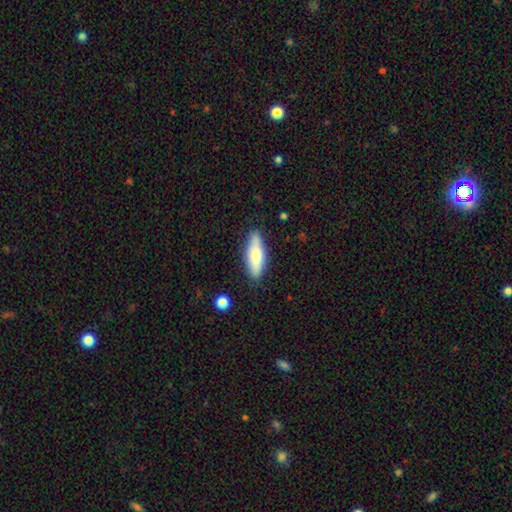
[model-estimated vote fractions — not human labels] This appears to be a smooth galaxy with no disk features (71%) that is in between round and cigar-shaped (54%). Merging: none (84%).